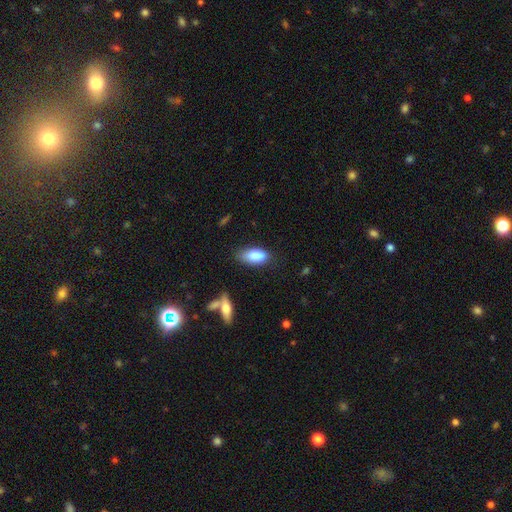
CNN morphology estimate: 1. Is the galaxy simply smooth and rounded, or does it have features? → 84% smooth, 9% featured or disk, 7% star or artifact.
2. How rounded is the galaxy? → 85% in between, 12% cigar-shaped, 2% round.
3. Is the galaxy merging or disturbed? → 70% none, 21% minor disturbance, 5% major disturbance, 4% merger.